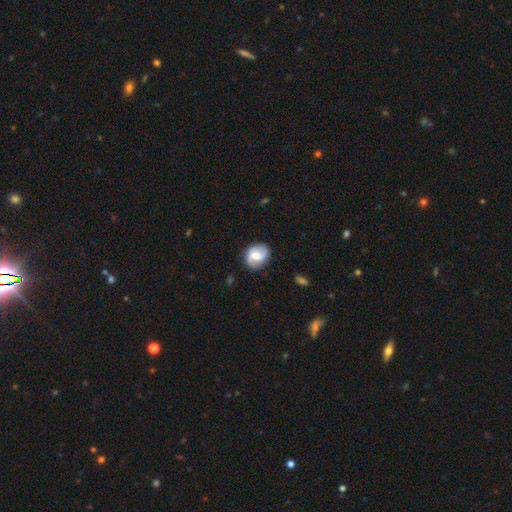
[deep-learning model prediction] smooth-or-featured: featured or disk: 50% | smooth: 43% | star or artifact: 7%
  merging: none: 82% | minor disturbance: 13% | major disturbance: 3% | merger: 1%